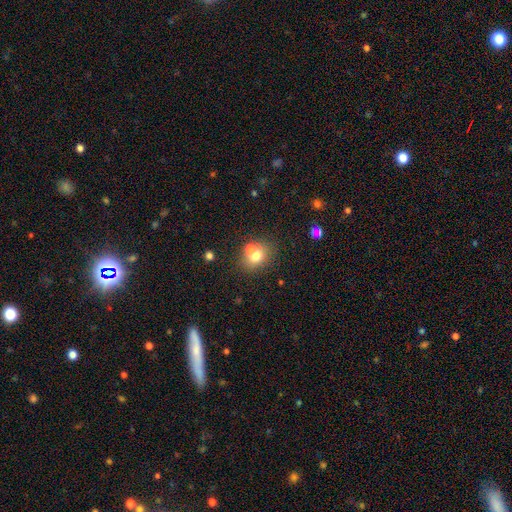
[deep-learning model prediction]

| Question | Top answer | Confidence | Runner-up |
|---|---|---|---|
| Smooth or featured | smooth | 65% | featured or disk (21%) |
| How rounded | round | 60% | in between (39%) |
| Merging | none | 45% | merger (42%) |